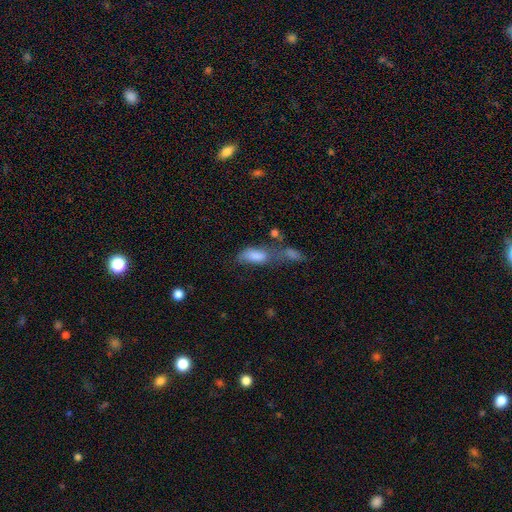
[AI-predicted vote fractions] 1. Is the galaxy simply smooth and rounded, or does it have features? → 74% smooth, 16% featured or disk, 10% star or artifact.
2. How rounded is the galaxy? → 83% in between, 13% cigar-shaped, 4% round.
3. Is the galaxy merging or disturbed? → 49% merger, 19% none, 18% major disturbance, 14% minor disturbance.